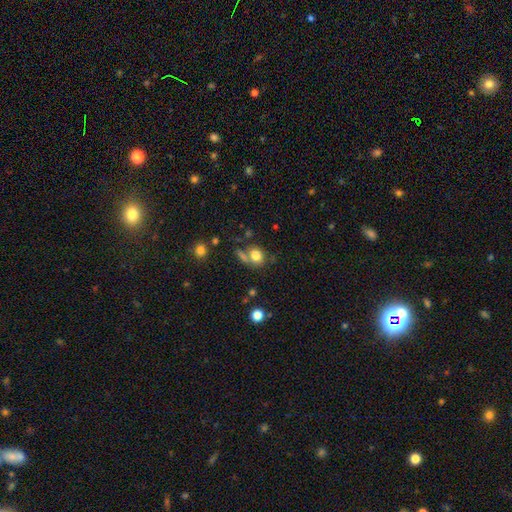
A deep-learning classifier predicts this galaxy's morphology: A smooth galaxy with no disk features (78%) that is round (61%). Merging: none (54%).